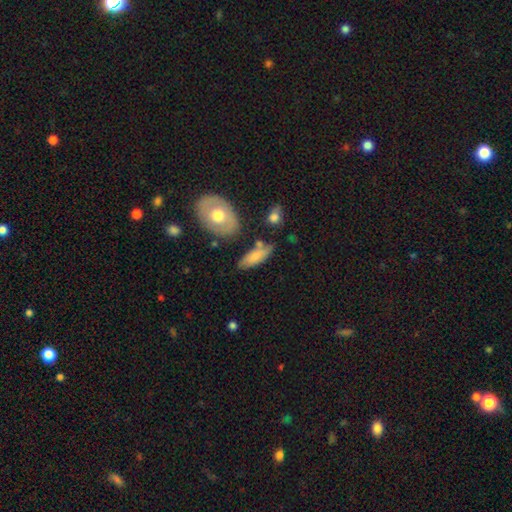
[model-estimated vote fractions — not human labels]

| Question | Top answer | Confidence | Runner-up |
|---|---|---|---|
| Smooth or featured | smooth | 72% | featured or disk (21%) |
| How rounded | in between | 72% | cigar-shaped (25%) |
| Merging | none | 65% | minor disturbance (20%) |